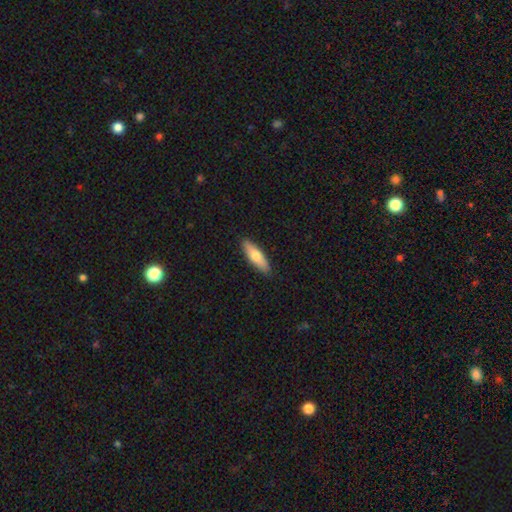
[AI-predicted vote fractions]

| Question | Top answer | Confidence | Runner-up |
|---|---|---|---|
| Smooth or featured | smooth | 67% | featured or disk (28%) |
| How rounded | cigar-shaped | 55% | in between (43%) |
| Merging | none | 90% | minor disturbance (7%) |